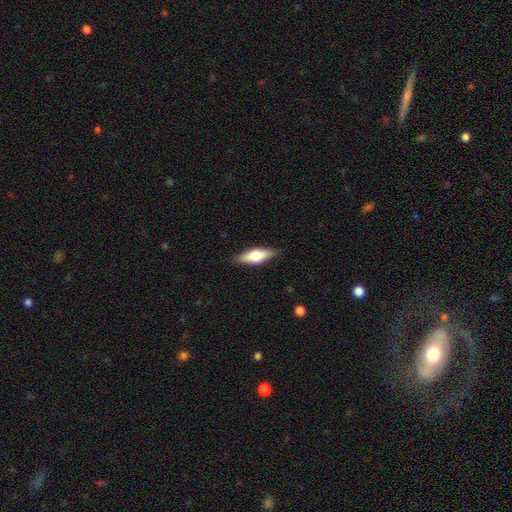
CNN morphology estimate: A smooth galaxy with no disk features (59%) that is in between round and cigar-shaped (59%). Merging: none (87%).